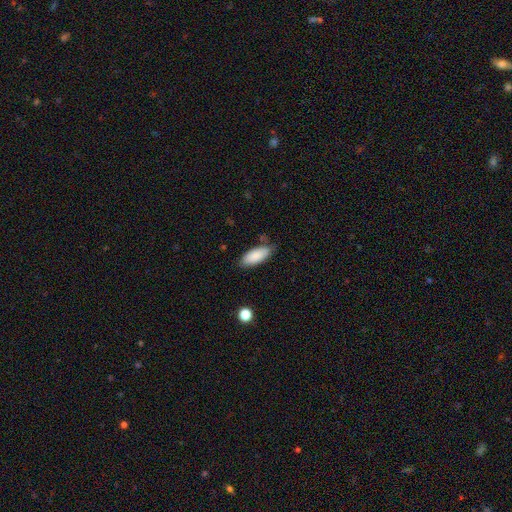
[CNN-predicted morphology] smooth-or-featured: smooth: 88% | star or artifact: 6% | featured or disk: 6%
  how-rounded: in between: 85% | cigar-shaped: 14% | round: 2%
  merging: none: 78% | minor disturbance: 16% | major disturbance: 3% | merger: 3%